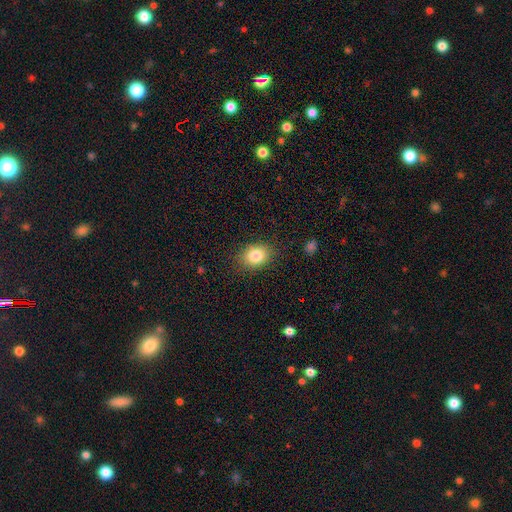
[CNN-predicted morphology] smooth_or_featured: smooth (p=0.83) [alt: star or artifact p=0.10]
how_rounded: in between (p=0.61) [alt: round p=0.38]
merging: none (p=0.85) [alt: minor disturbance p=0.11]